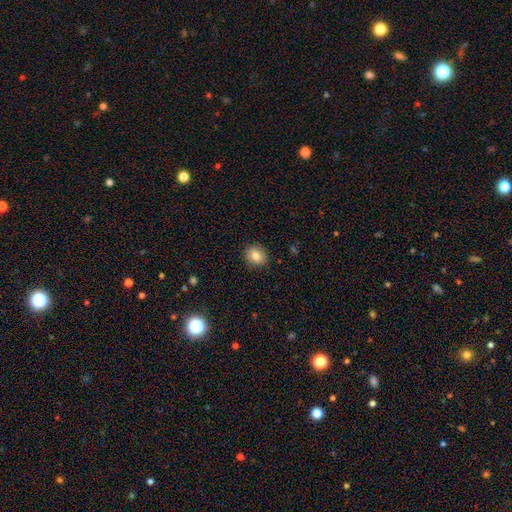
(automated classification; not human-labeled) Smooth or featured: smooth — 83% (star or artifact — 10%)
How rounded: round — 69% (in between — 30%)
Merging: none — 90% (minor disturbance — 7%)